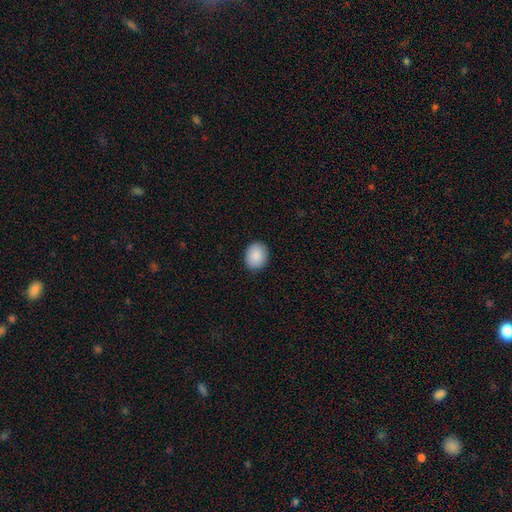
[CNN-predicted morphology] Overall: smooth (88%). How rounded: round (58%; in between 41%). Merging: none (89%).